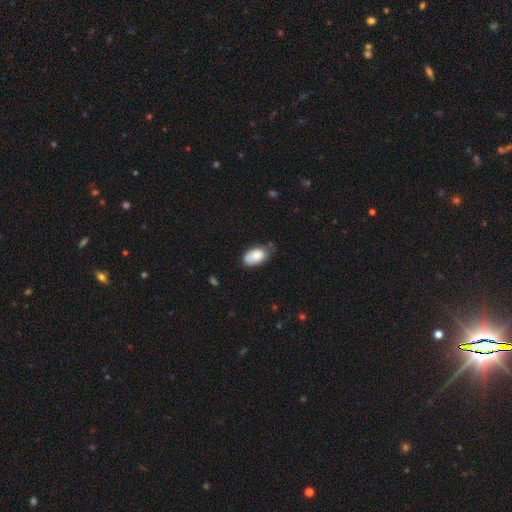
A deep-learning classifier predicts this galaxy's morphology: type=smooth (78%); roundness=in between (93%); merging=none (57%).